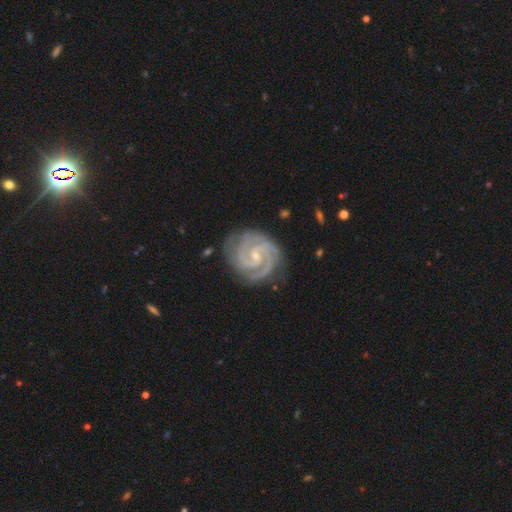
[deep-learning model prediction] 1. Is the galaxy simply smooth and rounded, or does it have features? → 94% featured or disk, 4% star or artifact, 3% smooth.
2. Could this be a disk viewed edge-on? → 98% no, 2% yes.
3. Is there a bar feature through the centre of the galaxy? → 43% no, 42% weak, 15% strong.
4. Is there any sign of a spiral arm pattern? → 99% yes, 1% no.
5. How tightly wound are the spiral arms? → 71% tight, 27% medium, 2% loose.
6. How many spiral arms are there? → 63% 2, 24% 3, 4% can't tell, 4% 4, 3% more than 4, 3% 1.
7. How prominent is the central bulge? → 75% small, 20% moderate, 3% none, 1% large, 1% dominant.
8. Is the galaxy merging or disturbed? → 78% none, 16% minor disturbance, 4% major disturbance, 2% merger.